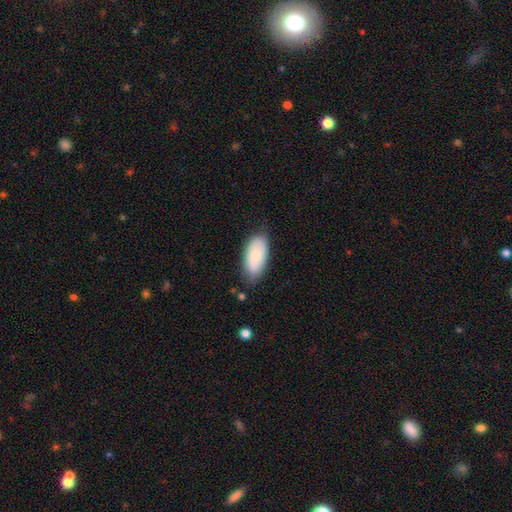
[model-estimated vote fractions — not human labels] A smooth galaxy with no disk features (84%) that is in between round and cigar-shaped (92%).

Vote fractions:
- Smooth or featured? smooth: 84% / featured or disk: 9% / star or artifact: 6%
- How rounded? in between: 92% / cigar-shaped: 6% / round: 2%
- Merging? none: 75% / minor disturbance: 19% / major disturbance: 4% / merger: 2%